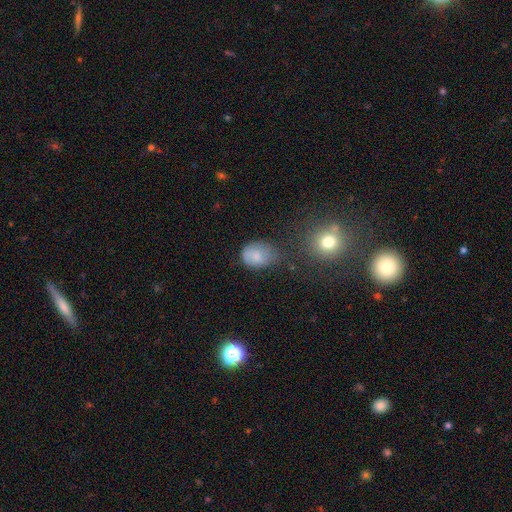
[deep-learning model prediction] Morphology: type=smooth (77%); roundness=in between (58%); merging=none (43%).